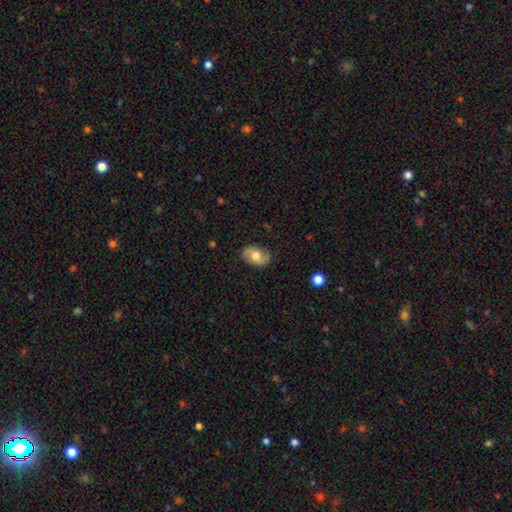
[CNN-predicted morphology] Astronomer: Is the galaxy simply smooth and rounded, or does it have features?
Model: smooth — 63%.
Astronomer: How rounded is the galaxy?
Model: in between — 84%.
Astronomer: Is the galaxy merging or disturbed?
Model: none — 82%.